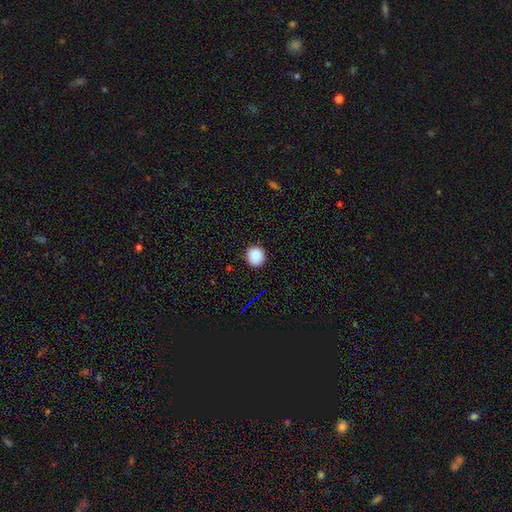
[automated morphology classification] A smooth galaxy with no disk features (82%) that is round (94%).

Vote fractions:
- Smooth or featured? smooth: 82% / star or artifact: 10% / featured or disk: 8%
- How rounded? round: 94% / in between: 5% / cigar-shaped: 1%
- Merging? none: 93% / minor disturbance: 5% / major disturbance: 2% / merger: 1%